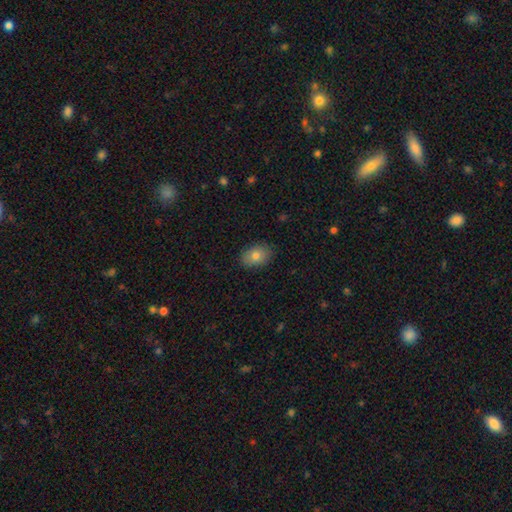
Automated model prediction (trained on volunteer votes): Morphology: type=smooth (80%); roundness=in between (81%); merging=none (87%).